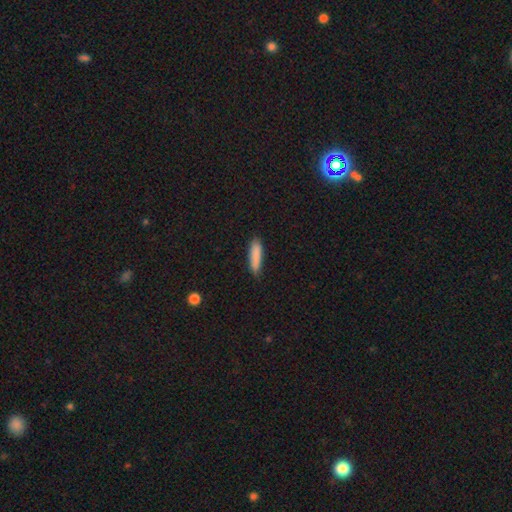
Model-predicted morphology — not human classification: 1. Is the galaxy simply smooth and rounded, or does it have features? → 86% smooth, 7% featured or disk, 7% star or artifact.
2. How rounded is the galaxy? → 71% cigar-shaped, 27% in between, 2% round.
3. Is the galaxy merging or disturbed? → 79% none, 17% minor disturbance, 3% major disturbance, 1% merger.